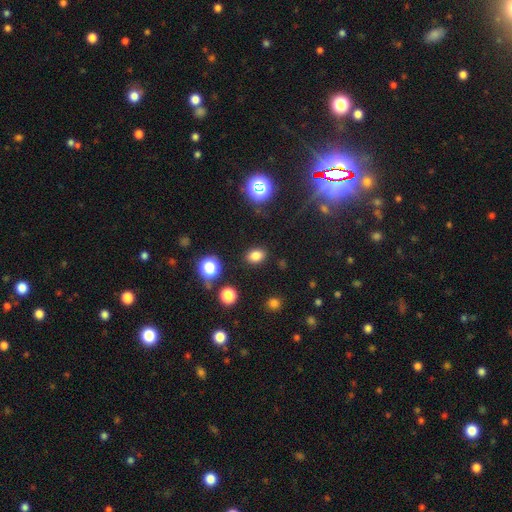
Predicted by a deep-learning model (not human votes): Q: Smooth or featured?
A: smooth (79%); runner-up: star or artifact (15%)
Q: How rounded?
A: in between (66%); runner-up: round (33%)
Q: Merging?
A: none (86%); runner-up: minor disturbance (9%)